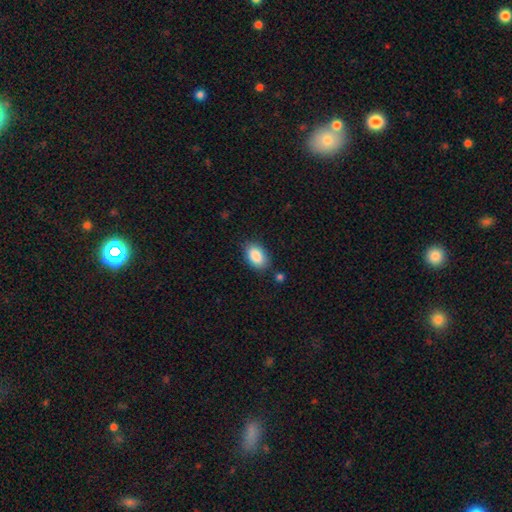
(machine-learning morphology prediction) smooth-or-featured: smooth: 88% | star or artifact: 7% | featured or disk: 5%
  how-rounded: in between: 90% | round: 8% | cigar-shaped: 1%
  merging: none: 82% | minor disturbance: 13% | major disturbance: 3% | merger: 3%